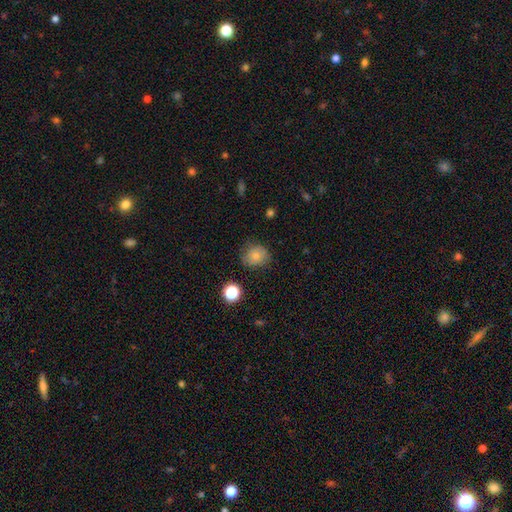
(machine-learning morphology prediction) smooth 73%, featured or disk 14%, star or artifact 12%. Down the decision tree: how rounded — round (73%); merging — none (70%).